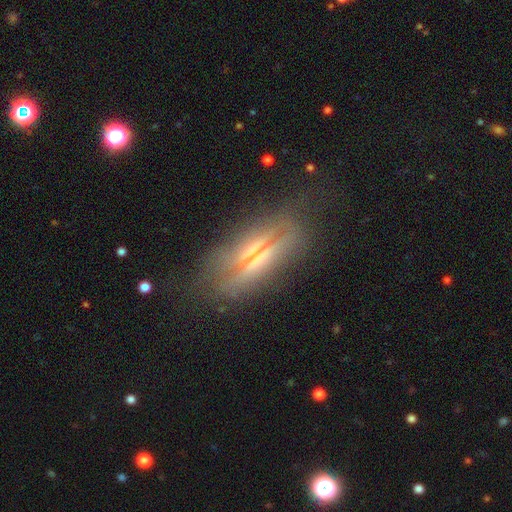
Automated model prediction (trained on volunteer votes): Smooth or featured? featured or disk (70%)
Edge-on disk? yes (85%)
Edge-on bulge? rounded (50%)
Merging? none (66%)